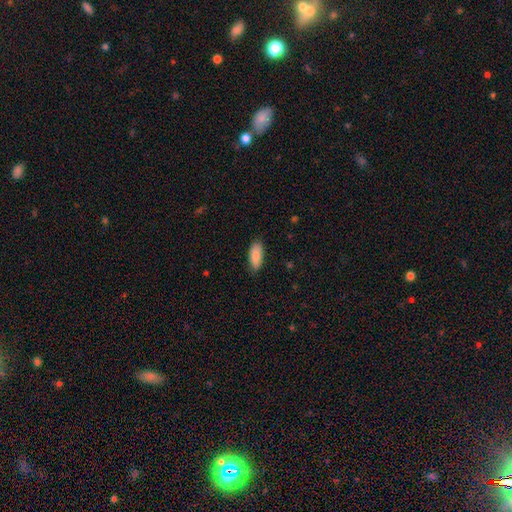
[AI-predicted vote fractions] Smooth or featured: smooth — 85% (featured or disk — 9%)
How rounded: in between — 80% (cigar-shaped — 19%)
Merging: none — 84% (minor disturbance — 12%)